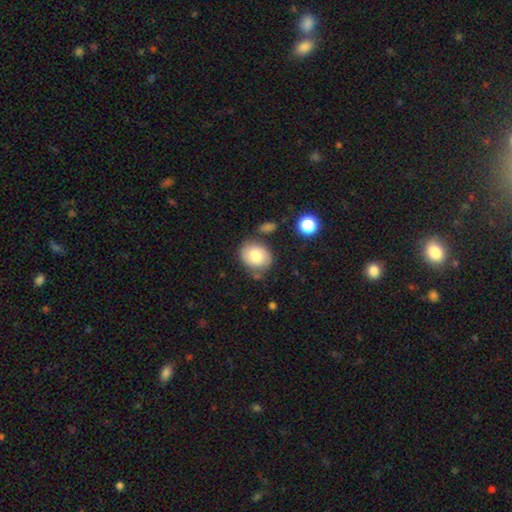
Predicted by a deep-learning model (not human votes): Overall: smooth (79%). How rounded: round (55%; in between 44%). Merging: none (71%).